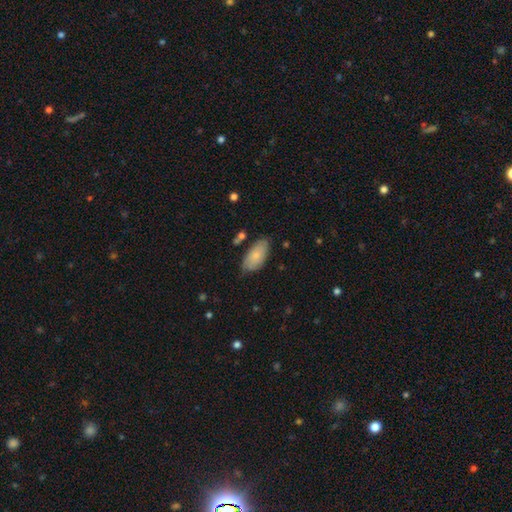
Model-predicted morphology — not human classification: Smooth or featured: smooth — 77% (featured or disk — 17%)
How rounded: in between — 93% (cigar-shaped — 5%)
Merging: none — 71% (minor disturbance — 22%)